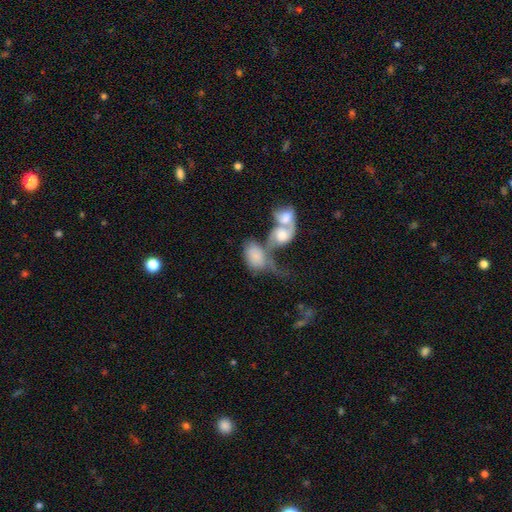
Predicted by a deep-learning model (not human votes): Smooth or featured: smooth — 55% (featured or disk — 37%)
How rounded: in between — 84% (round — 14%)
Merging: merger — 72% (major disturbance — 13%)